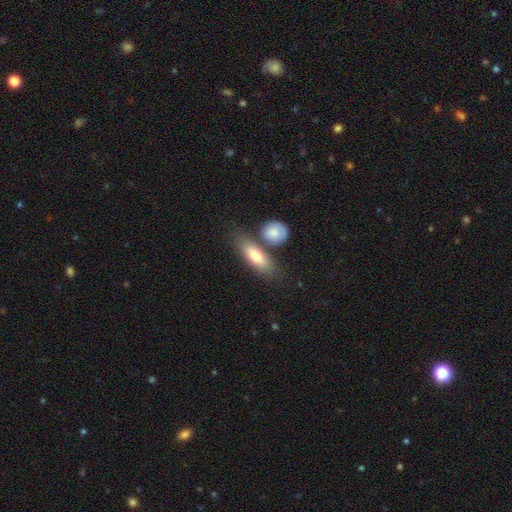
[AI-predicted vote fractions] smooth-or-featured: smooth: 73% | featured or disk: 22% | star or artifact: 6%
  how-rounded: in between: 63% | cigar-shaped: 33% | round: 4%
  merging: none: 61% | merger: 21% | minor disturbance: 13% | major disturbance: 4%